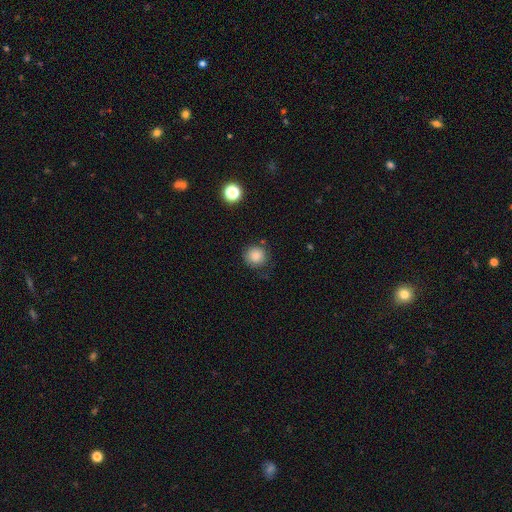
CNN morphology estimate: Smooth or featured?
  - smooth: 85% *
  - star or artifact: 10%
  - featured or disk: 5%
How rounded?
  - round: 92% *
  - in between: 7%
  - cigar-shaped: 1%
Merging?
  - none: 81% *
  - minor disturbance: 13%
  - major disturbance: 4%
  - merger: 3%